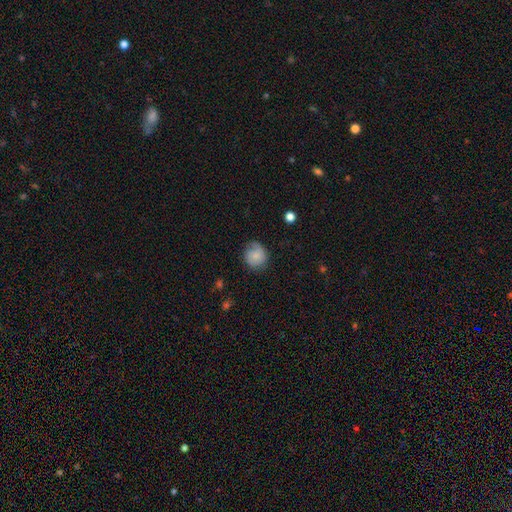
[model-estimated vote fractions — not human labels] Smooth or featured? smooth (71%)
How rounded? round (82%)
Merging? none (65%)